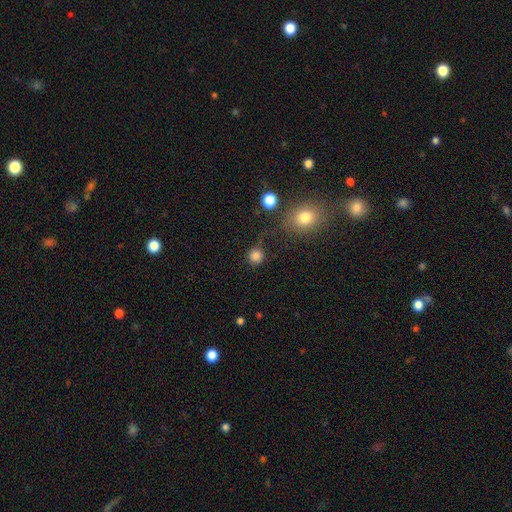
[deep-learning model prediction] The model was most divided on "merging": none: 75%, minor disturbance: 13%, major disturbance: 6%, merger: 6%. More confident: how rounded — round (93%); smooth or featured — smooth (83%).